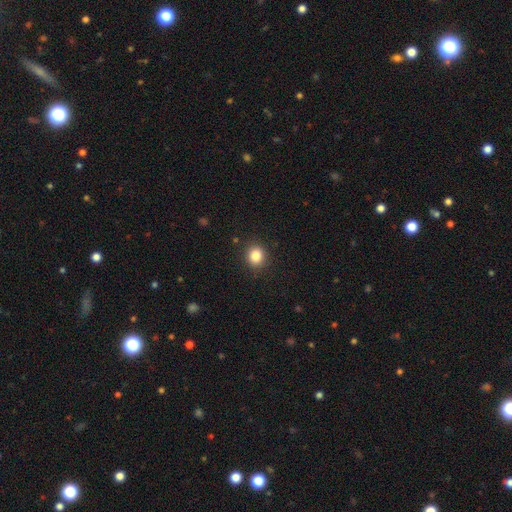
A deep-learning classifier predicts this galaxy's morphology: A smooth galaxy with no disk features (84%) that is round (75%).

Vote fractions:
- Smooth or featured? smooth: 84% / star or artifact: 11% / featured or disk: 5%
- How rounded? round: 75% / in between: 24% / cigar-shaped: 1%
- Merging? none: 89% / minor disturbance: 8% / major disturbance: 2% / merger: 1%